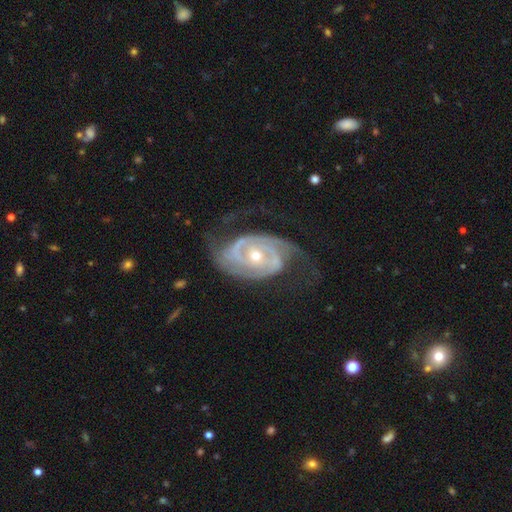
Smooth or featured?
  - featured or disk: 95% *
  - star or artifact: 5%
  - smooth: 0%
Edge-on disk?
  - no: 94% *
  - yes: 6%
Bar?
  - no: 58% *
  - weak: 30%
  - strong: 12%
Spiral arms?
  - yes: 100% *
  - no: 0%
Spiral winding?
  - tight: 64% *
  - medium: 33%
  - loose: 3%
Spiral arm count?
  - 2: 85% *
  - 3: 6%
  - can't tell: 6%
  - 4: 3%
  - 1: 0%
  - more than 4: 0%
Bulge size?
  - small: 58% *
  - moderate: 42%
  - dominant: 0%
  - large: 0%
  - none: 0%
Merging?
  - none: 60% *
  - minor disturbance: 23%
  - major disturbance: 17%
  - merger: 0%